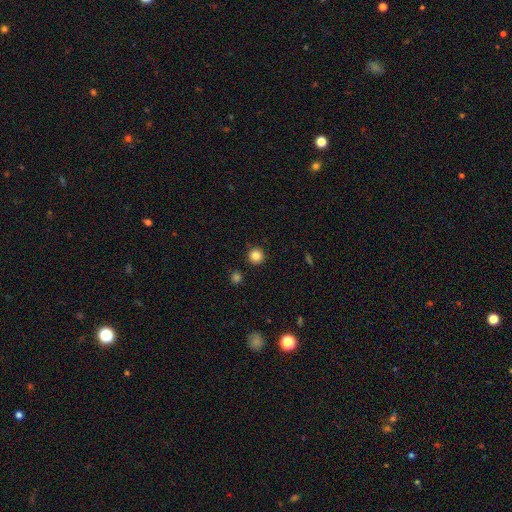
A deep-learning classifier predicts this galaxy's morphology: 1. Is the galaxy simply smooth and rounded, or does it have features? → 84% smooth, 11% star or artifact, 5% featured or disk.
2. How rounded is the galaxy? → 95% round, 4% in between, 1% cigar-shaped.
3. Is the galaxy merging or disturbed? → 91% none, 5% minor disturbance, 2% merger, 2% major disturbance.